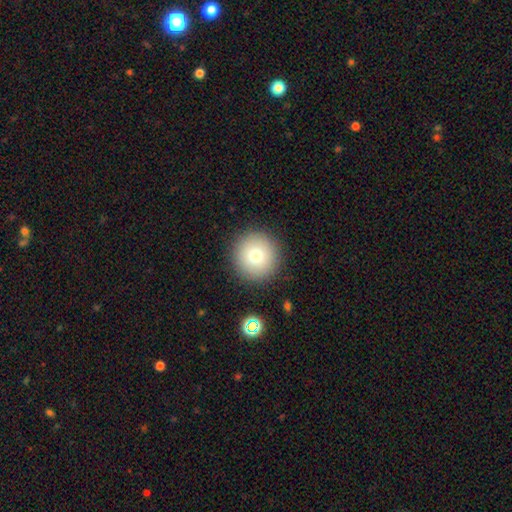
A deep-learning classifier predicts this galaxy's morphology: Smooth or featured? smooth (74%)
How rounded? round (96%)
Merging? none (91%)